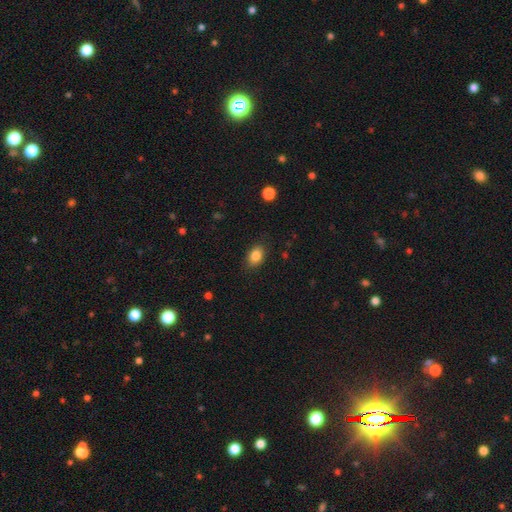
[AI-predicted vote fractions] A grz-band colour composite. It shows a smooth galaxy with no disk features (84%) that is in between round and cigar-shaped (78%). Merging: none (85%).